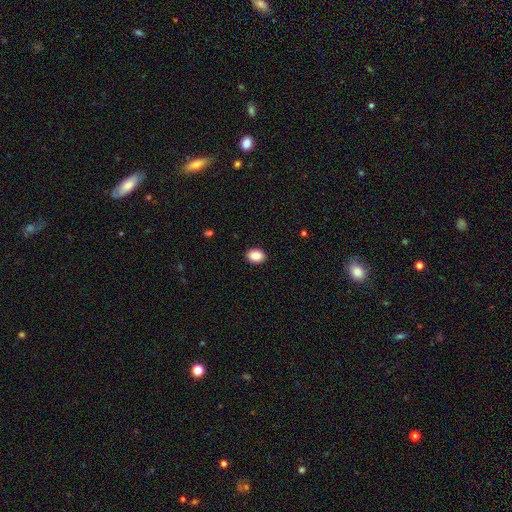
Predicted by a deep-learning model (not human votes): This is clearly a smooth galaxy (87%). How rounded: likely in between (68%). Merging: clearly none (91%).